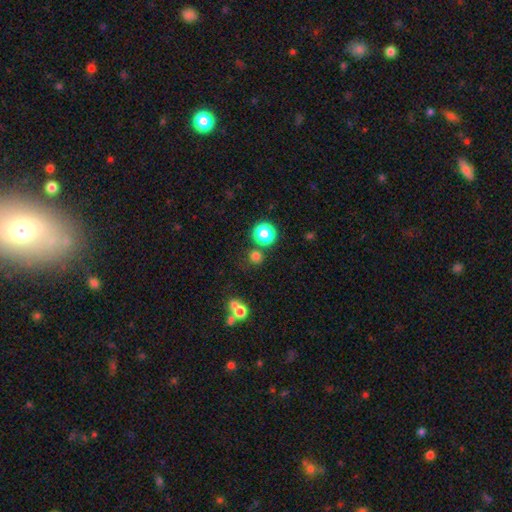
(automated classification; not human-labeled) Morphology: type=smooth (71%); roundness=round (91%); merging=none (77%).